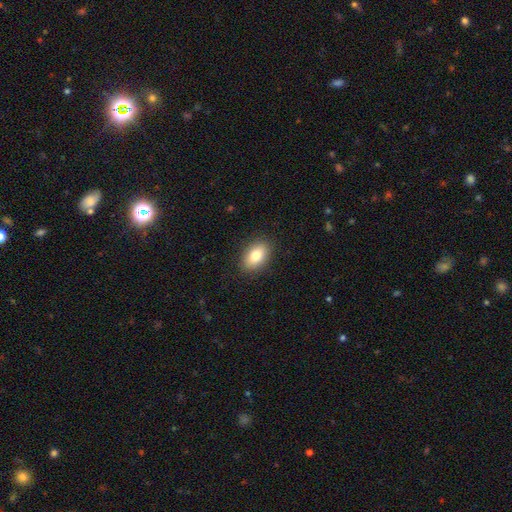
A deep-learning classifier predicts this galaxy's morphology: Smooth or featured: smooth — 82% (featured or disk — 10%)
How rounded: in between — 90% (round — 8%)
Merging: none — 88% (minor disturbance — 9%)